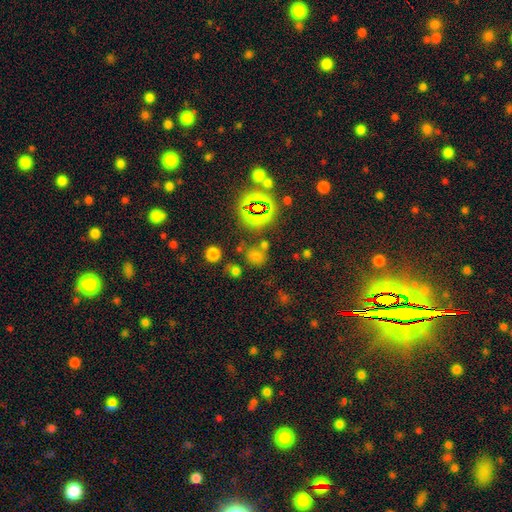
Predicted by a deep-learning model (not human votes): Smooth or featured? smooth (52%)
How rounded? round (72%)
Merging? none (64%)